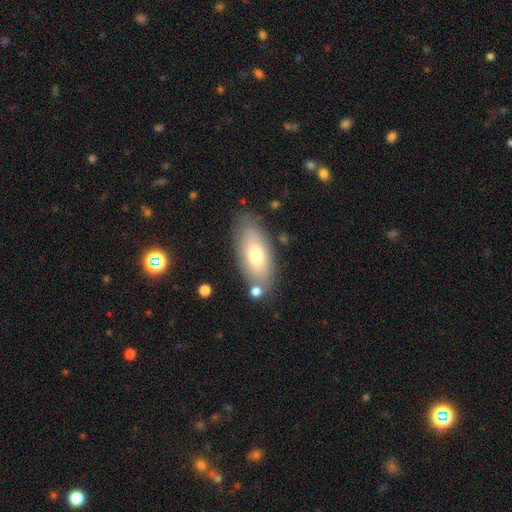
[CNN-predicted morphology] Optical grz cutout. It shows a smooth galaxy with no disk features (68%) that is in between round and cigar-shaped (88%). Merging: none (74%).